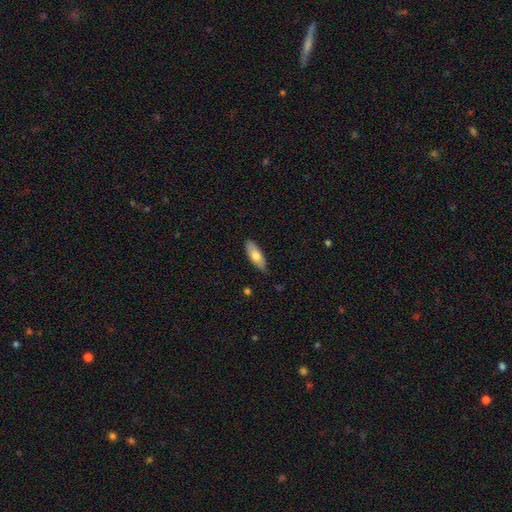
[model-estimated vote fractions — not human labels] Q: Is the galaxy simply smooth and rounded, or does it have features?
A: smooth — 71%.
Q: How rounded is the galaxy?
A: in between — 69%.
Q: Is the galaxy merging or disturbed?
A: none — 85%.